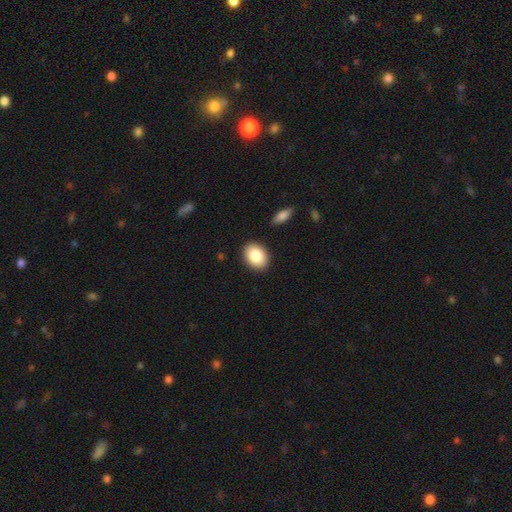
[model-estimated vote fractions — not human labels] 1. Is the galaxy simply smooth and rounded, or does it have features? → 86% smooth, 7% star or artifact, 7% featured or disk.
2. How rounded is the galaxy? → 74% in between, 25% round, 1% cigar-shaped.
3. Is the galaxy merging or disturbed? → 88% none, 8% minor disturbance, 2% major disturbance, 2% merger.